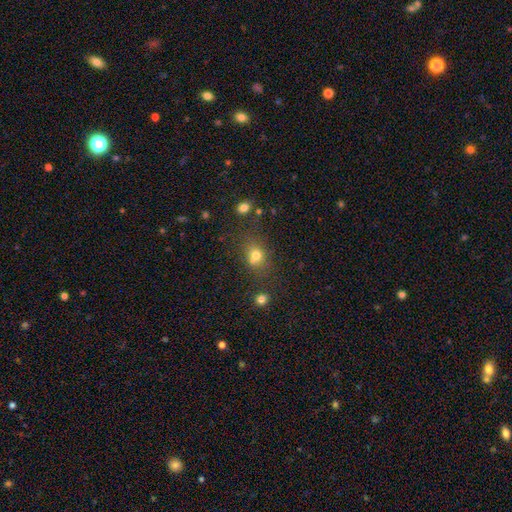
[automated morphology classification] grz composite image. It shows a smooth galaxy with no disk features (72%) that is round (59%). Merging: none (55%).